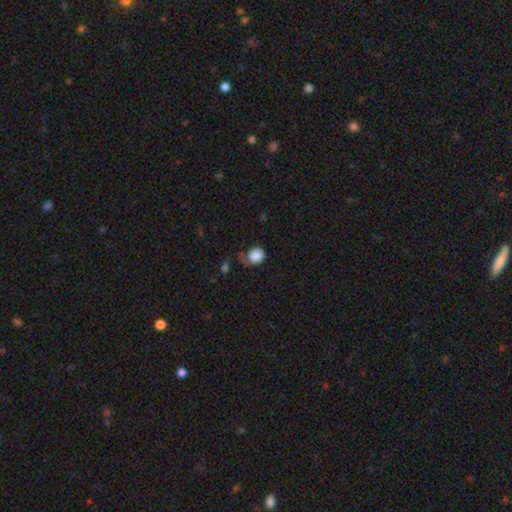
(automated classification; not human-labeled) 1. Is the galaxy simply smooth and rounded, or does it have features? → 83% smooth, 9% featured or disk, 8% star or artifact.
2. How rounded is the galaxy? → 72% round, 27% in between, 1% cigar-shaped.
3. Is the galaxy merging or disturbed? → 41% none, 30% minor disturbance, 25% major disturbance, 4% merger.